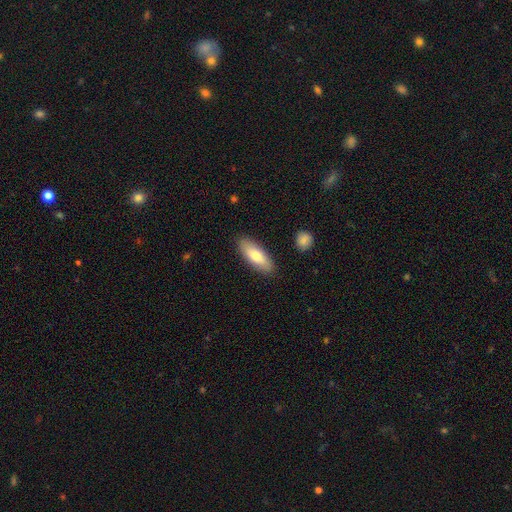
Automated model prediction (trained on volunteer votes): Smooth or featured? smooth (76%)
How rounded? in between (69%)
Merging? none (87%)